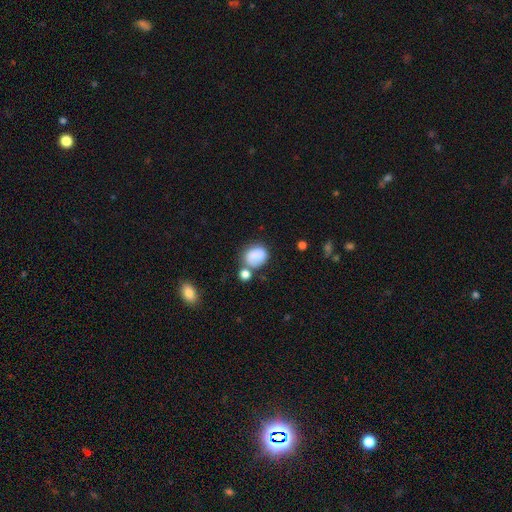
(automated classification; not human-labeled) smooth-or-featured: smooth: 81% | featured or disk: 10% | star or artifact: 9%
  how-rounded: in between: 51% | round: 48% | cigar-shaped: 1%
  merging: none: 50% | merger: 22% | minor disturbance: 20% | major disturbance: 9%